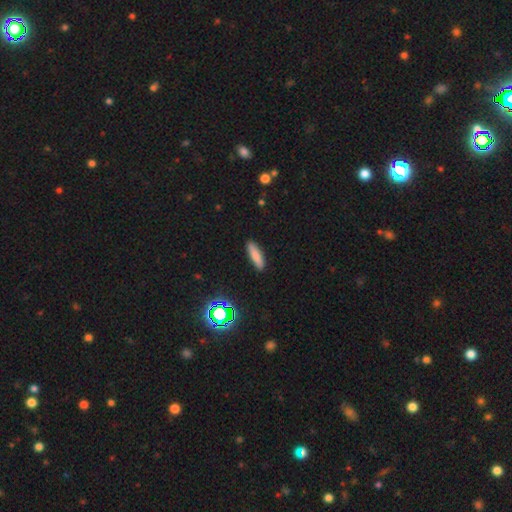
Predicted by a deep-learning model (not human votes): Smooth or featured: smooth — 81% (star or artifact — 10%)
How rounded: cigar-shaped — 69% (in between — 29%)
Merging: none — 90% (minor disturbance — 7%)